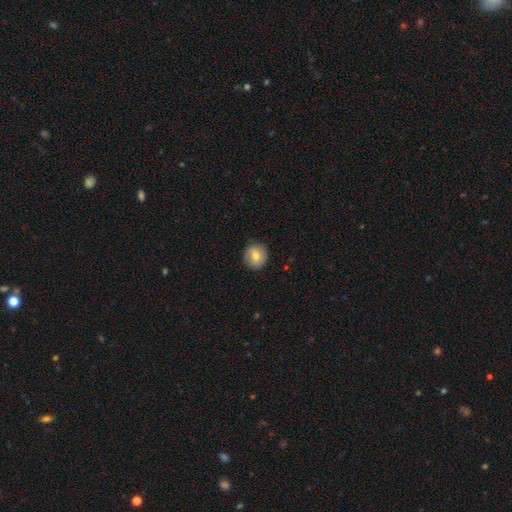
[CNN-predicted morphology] smooth_or_featured: smooth (p=0.74) [alt: featured or disk p=0.17]
how_rounded: round (p=0.87) [alt: in between p=0.12]
merging: none (p=0.87) [alt: minor disturbance p=0.10]